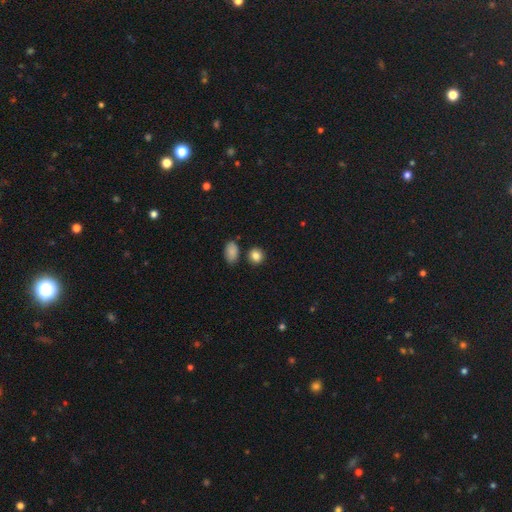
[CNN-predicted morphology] smooth_or_featured: smooth (p=0.85) [alt: star or artifact p=0.10]
how_rounded: round (p=0.78) [alt: in between p=0.20]
merging: none (p=0.81) [alt: minor disturbance p=0.09]